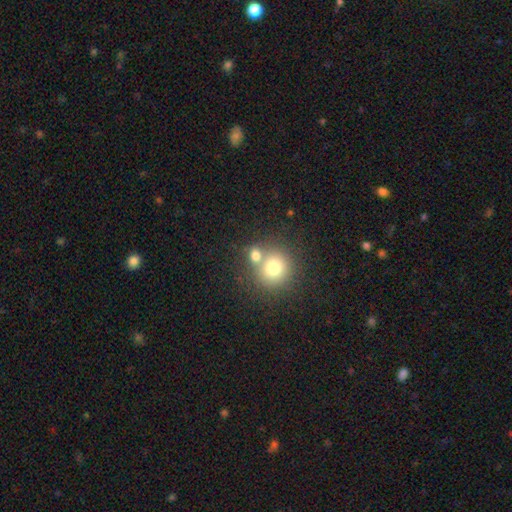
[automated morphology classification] smooth_or_featured: smooth (p=0.75) [alt: star or artifact p=0.13]
how_rounded: round (p=0.82) [alt: in between p=0.17]
merging: none (p=0.47) [alt: merger p=0.42]